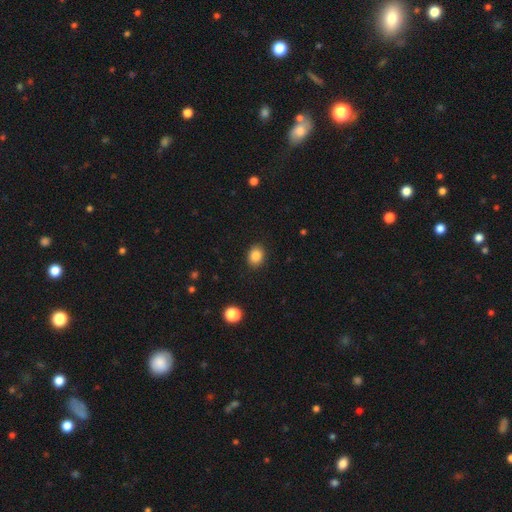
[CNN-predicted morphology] This is clearly a smooth galaxy (86%). How rounded: possibly in between (57%). Merging: clearly none (89%).